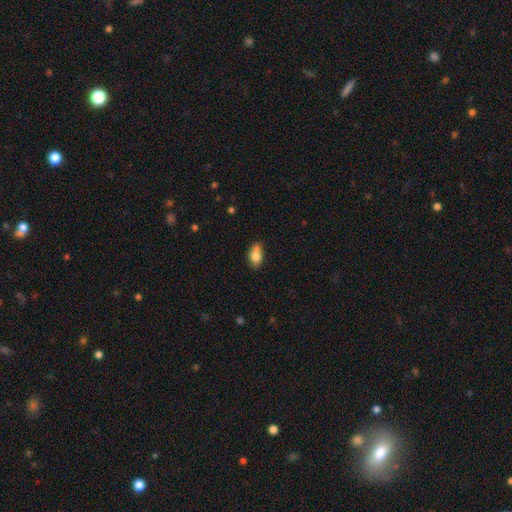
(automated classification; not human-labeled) Smooth or featured? Predicted: smooth (p=0.80). How rounded? Predicted: in between (p=0.86). Merging? Predicted: none (p=0.59).